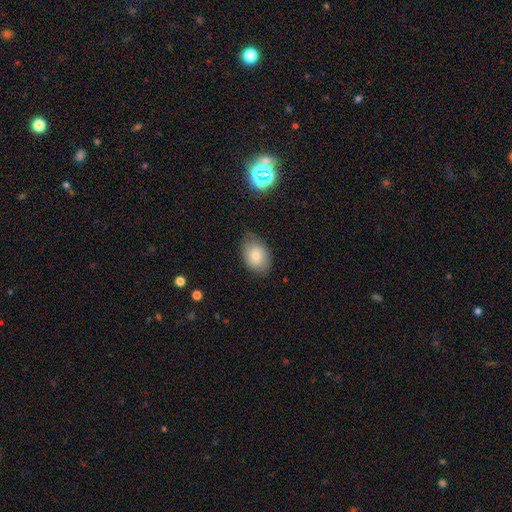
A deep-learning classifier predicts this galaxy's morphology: Q: Smooth or featured?
A: smooth (81%); runner-up: featured or disk (10%)
Q: How rounded?
A: in between (82%); runner-up: round (17%)
Q: Merging?
A: none (75%); runner-up: minor disturbance (20%)